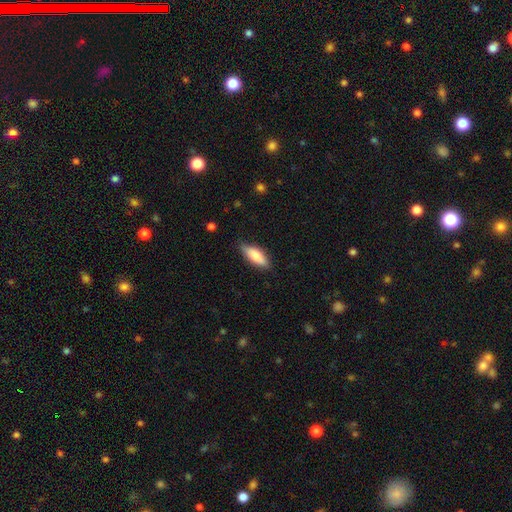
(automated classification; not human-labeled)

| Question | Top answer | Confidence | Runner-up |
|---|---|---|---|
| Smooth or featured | smooth | 78% | featured or disk (16%) |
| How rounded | in between | 66% | cigar-shaped (32%) |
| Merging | none | 79% | minor disturbance (17%) |